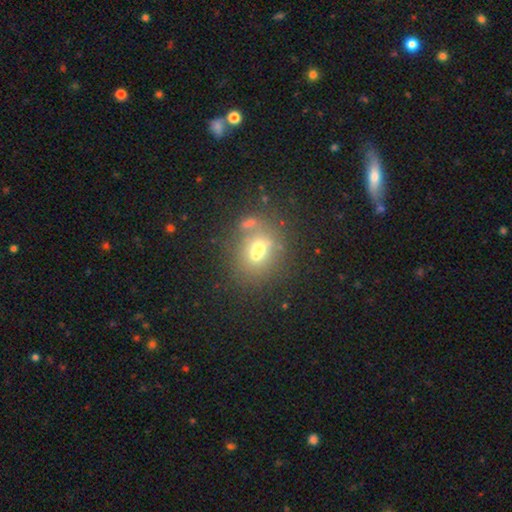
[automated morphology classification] Smooth or featured? Predicted: smooth (p=0.56). How rounded? Predicted: round (p=0.69). Merging? Predicted: none (p=0.43).